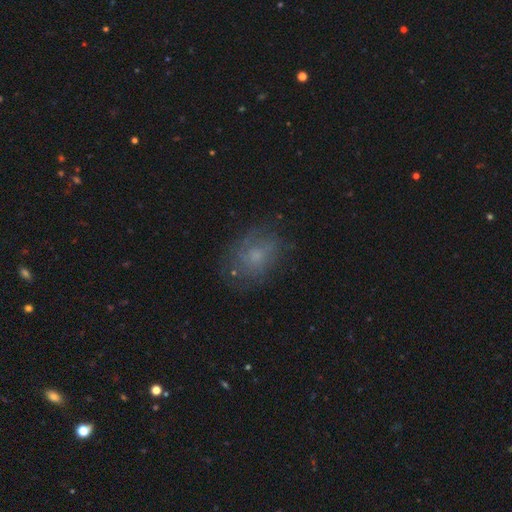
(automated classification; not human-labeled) This appears to be a smooth galaxy with no disk features (51%) that is in between round and cigar-shaped (61%). Merging: none (67%).